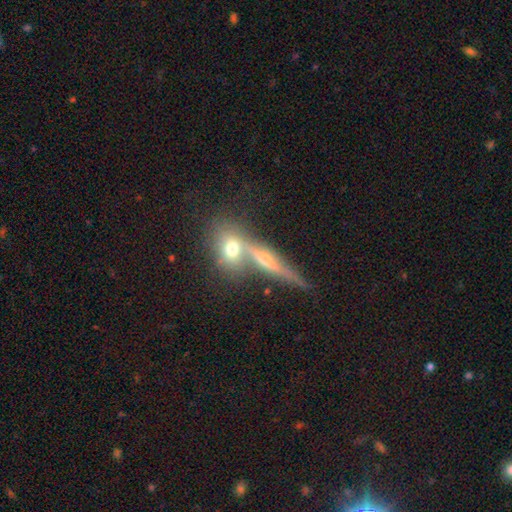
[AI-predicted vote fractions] This is possibly a featured or disk galaxy (46%). Merging: possibly merger (49%).